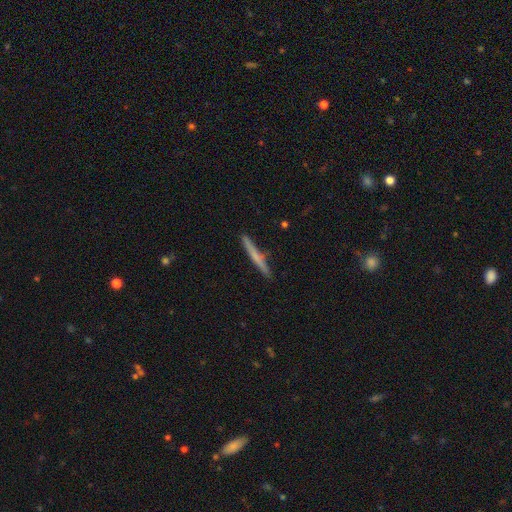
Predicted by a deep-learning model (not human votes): Q: Smooth or featured?
A: smooth (55%); runner-up: featured or disk (40%)
Q: How rounded?
A: cigar-shaped (96%); runner-up: in between (2%)
Q: Merging?
A: none (89%); runner-up: minor disturbance (8%)